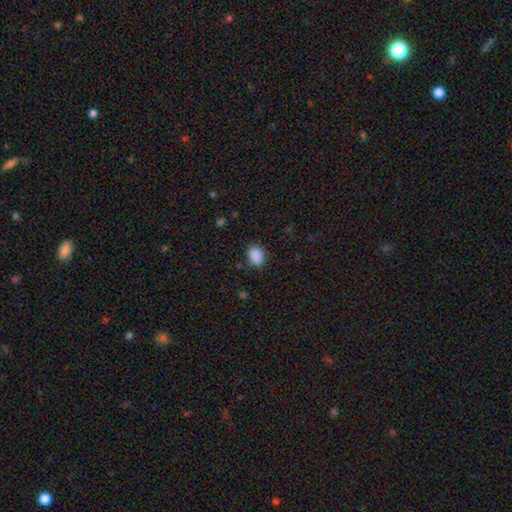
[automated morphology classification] smooth_or_featured: smooth (p=0.88) [alt: star or artifact p=0.09]
how_rounded: in between (p=0.67) [alt: round p=0.32]
merging: none (p=0.82) [alt: minor disturbance p=0.13]